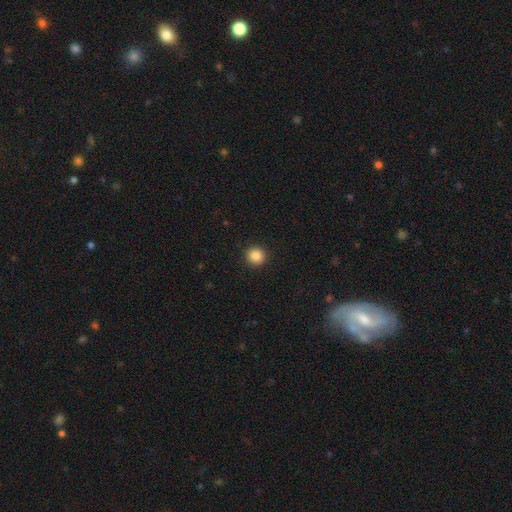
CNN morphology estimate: A smooth galaxy with no disk features (87%) that is round (95%). Merging: none (93%).